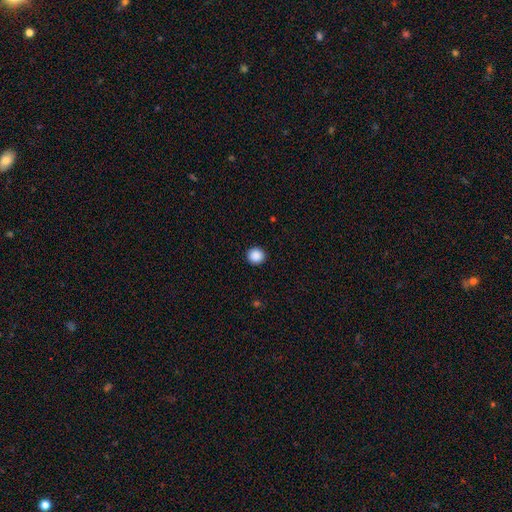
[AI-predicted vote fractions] A smooth galaxy with no disk features (89%) that is round (94%).

Vote fractions:
- Smooth or featured? smooth: 89% / star or artifact: 9% / featured or disk: 2%
- How rounded? round: 94% / in between: 5% / cigar-shaped: 1%
- Merging? none: 93% / minor disturbance: 5% / major disturbance: 2% / merger: 1%